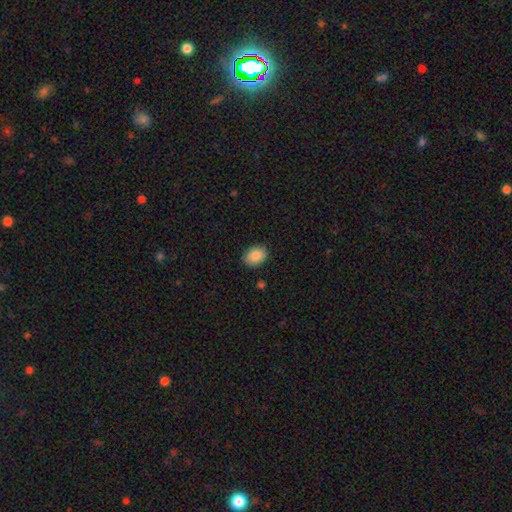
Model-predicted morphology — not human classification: smooth 87%, star or artifact 7%, featured or disk 6%. Down the decision tree: how rounded — in between (72%); merging — none (88%).